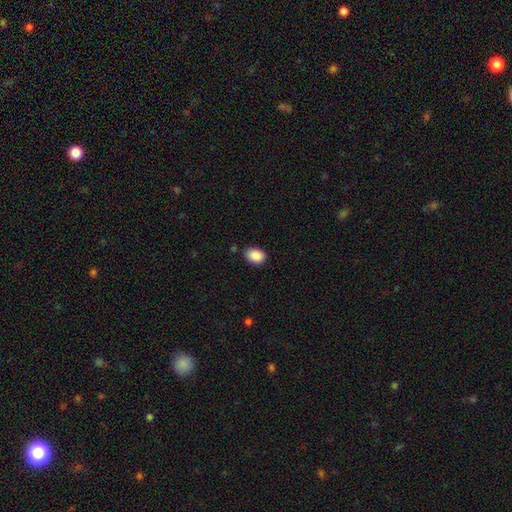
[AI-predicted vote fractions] This is clearly a smooth galaxy (89%). How rounded: likely in between (75%). Merging: clearly none (83%).